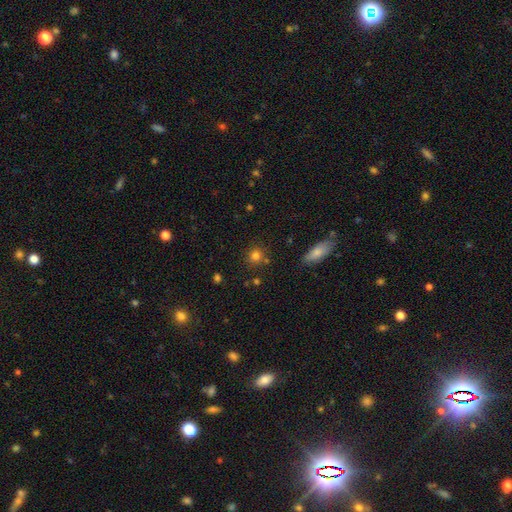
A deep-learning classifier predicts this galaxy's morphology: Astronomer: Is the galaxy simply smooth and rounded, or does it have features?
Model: smooth — 80%.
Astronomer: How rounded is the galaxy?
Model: round — 85%.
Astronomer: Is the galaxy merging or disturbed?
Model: none — 79%.